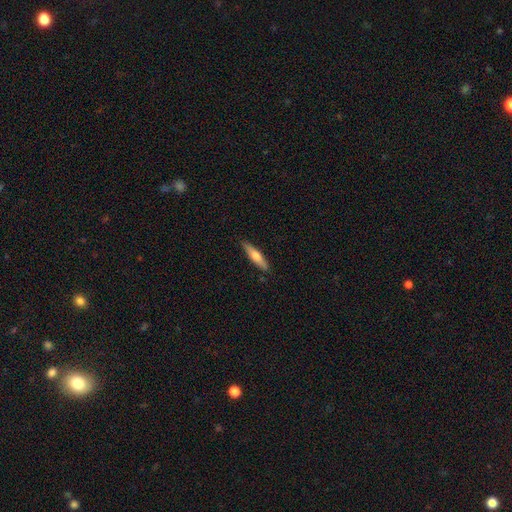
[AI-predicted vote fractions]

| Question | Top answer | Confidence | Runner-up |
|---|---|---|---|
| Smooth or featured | smooth | 59% | featured or disk (35%) |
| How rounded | cigar-shaped | 79% | in between (19%) |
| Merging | none | 87% | minor disturbance (10%) |